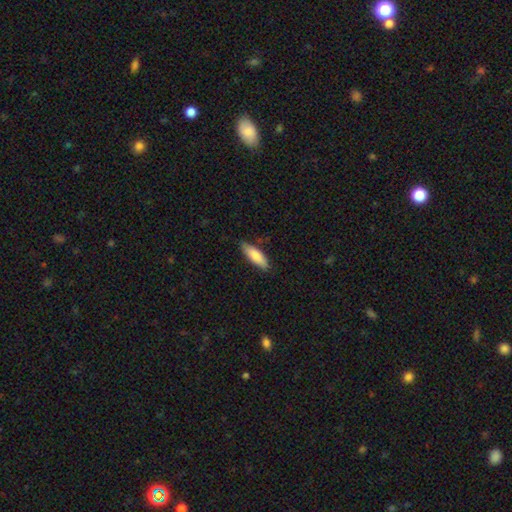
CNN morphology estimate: The model was most divided on "how rounded": in between: 56%, cigar-shaped: 42%, round: 2%. More confident: smooth or featured — smooth (83%); merging — none (78%).